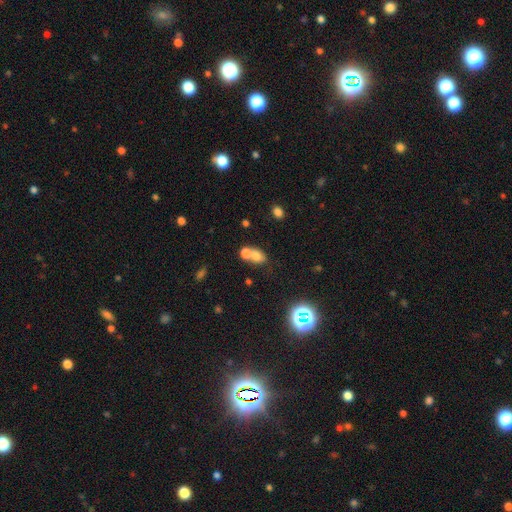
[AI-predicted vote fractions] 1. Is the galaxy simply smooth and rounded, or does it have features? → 70% smooth, 16% star or artifact, 14% featured or disk.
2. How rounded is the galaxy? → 59% in between, 39% round, 2% cigar-shaped.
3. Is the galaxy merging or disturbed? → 57% merger, 31% none, 8% minor disturbance, 4% major disturbance.